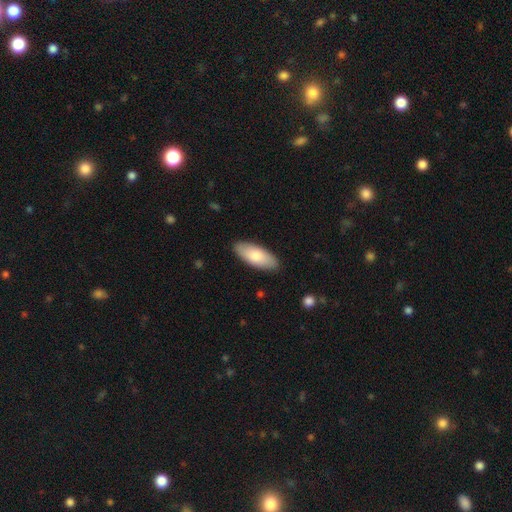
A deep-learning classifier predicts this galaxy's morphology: type=smooth (77%); roundness=in between (82%); merging=none (88%).